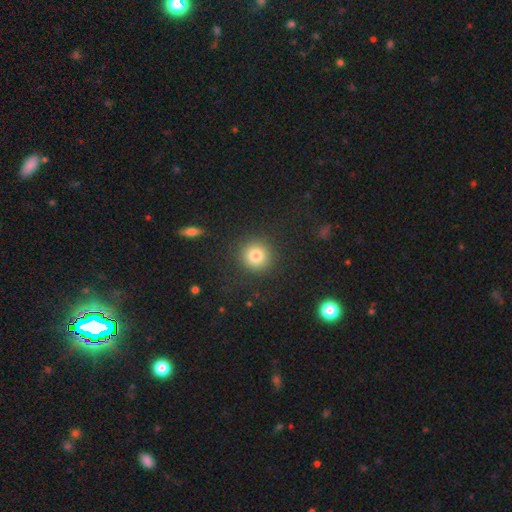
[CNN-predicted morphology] Smooth or featured?
  - smooth: 81% *
  - star or artifact: 12%
  - featured or disk: 7%
How rounded?
  - round: 93% *
  - in between: 6%
  - cigar-shaped: 1%
Merging?
  - none: 89% *
  - minor disturbance: 7%
  - major disturbance: 3%
  - merger: 1%